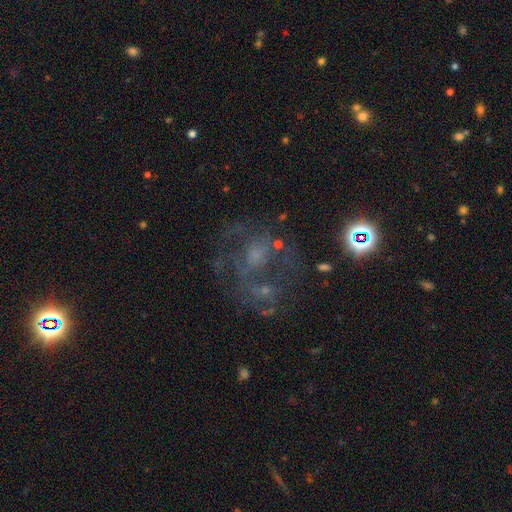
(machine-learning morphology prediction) Smooth or featured?
  - featured or disk: 61% *
  - star or artifact: 24%
  - smooth: 15%
Edge-on disk?
  - no: 97% *
  - yes: 3%
Bar?
  - no: 75% *
  - weak: 20%
  - strong: 5%
Spiral arms?
  - yes: 58% *
  - no: 42%
Bulge size?
  - small: 37% *
  - none: 31%
  - moderate: 26%
  - large: 4%
  - dominant: 2%
Merging?
  - none: 54% *
  - major disturbance: 23%
  - minor disturbance: 16%
  - merger: 7%